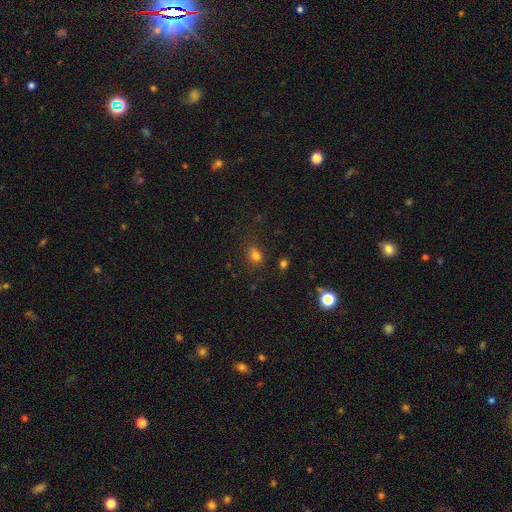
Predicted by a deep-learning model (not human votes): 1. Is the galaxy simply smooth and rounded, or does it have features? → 75% smooth, 18% star or artifact, 8% featured or disk.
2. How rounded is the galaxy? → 58% in between, 40% round, 2% cigar-shaped.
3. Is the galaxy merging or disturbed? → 67% none, 18% minor disturbance, 8% major disturbance, 7% merger.